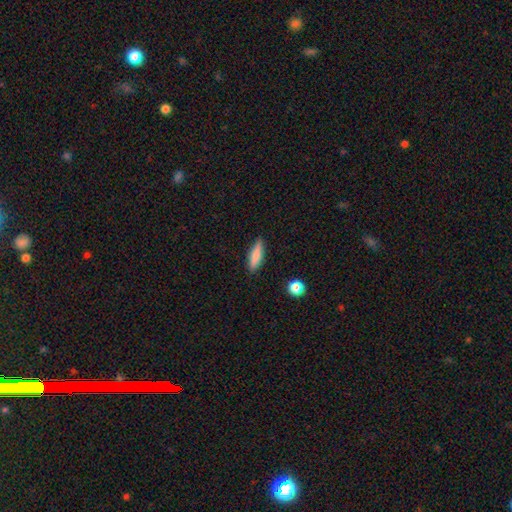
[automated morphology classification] A smooth galaxy with no disk features (80%) that is cigar-shaped (68%). Merging: none (85%).